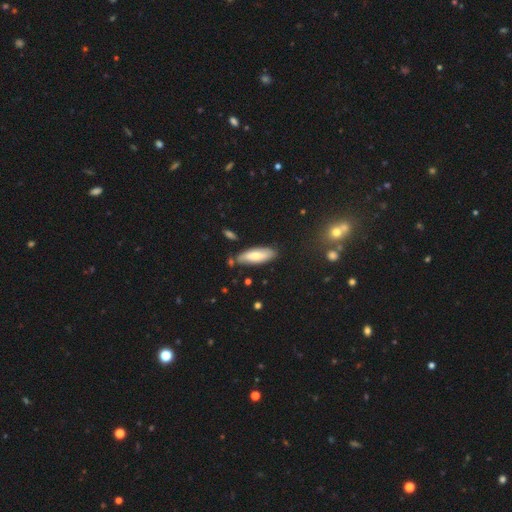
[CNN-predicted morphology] Smooth or featured?
  - smooth: 67% *
  - featured or disk: 27%
  - star or artifact: 7%
How rounded?
  - in between: 63% *
  - cigar-shaped: 35%
  - round: 2%
Merging?
  - none: 76% *
  - minor disturbance: 17%
  - merger: 4%
  - major disturbance: 3%